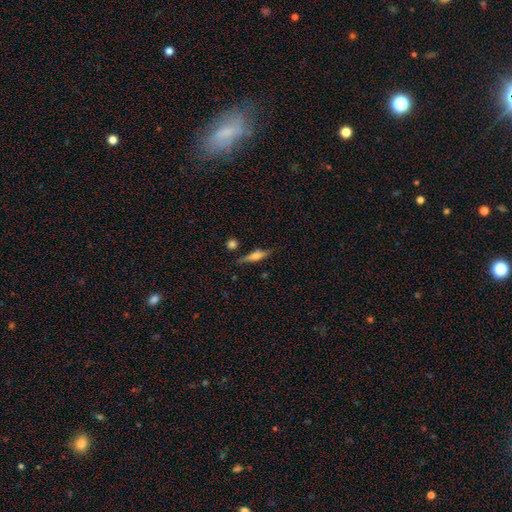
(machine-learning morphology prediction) Smooth or featured? featured or disk (54%)
Edge-on disk? yes (94%)
Edge-on bulge? rounded (76%)
Merging? none (78%)